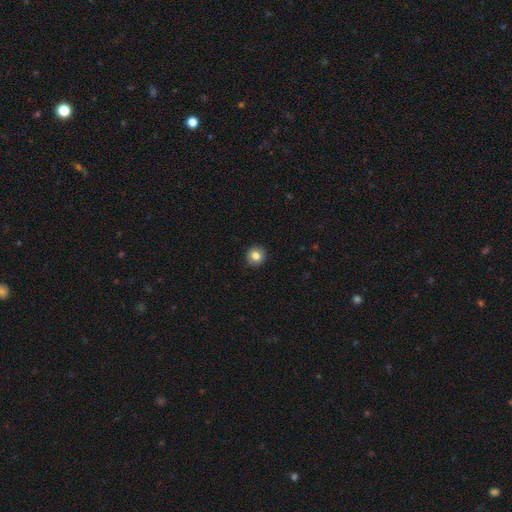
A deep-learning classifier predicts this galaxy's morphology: Q: Smooth or featured?
A: smooth (82%); runner-up: star or artifact (10%)
Q: How rounded?
A: round (93%); runner-up: in between (6%)
Q: Merging?
A: none (91%); runner-up: minor disturbance (6%)